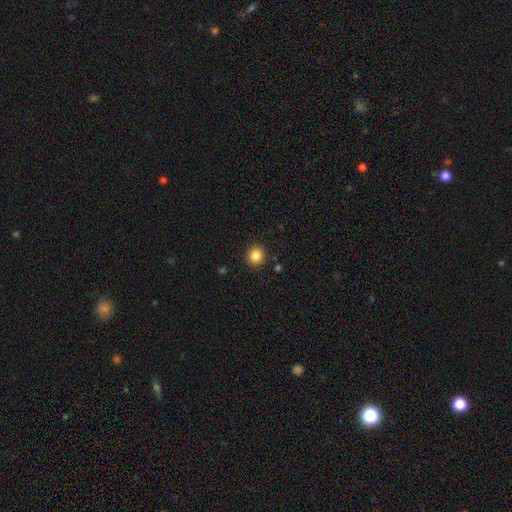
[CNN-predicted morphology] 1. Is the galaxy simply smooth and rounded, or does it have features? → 83% smooth, 11% star or artifact, 6% featured or disk.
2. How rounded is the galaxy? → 84% round, 15% in between, 1% cigar-shaped.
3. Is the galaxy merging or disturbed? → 91% none, 6% minor disturbance, 2% major disturbance, 2% merger.